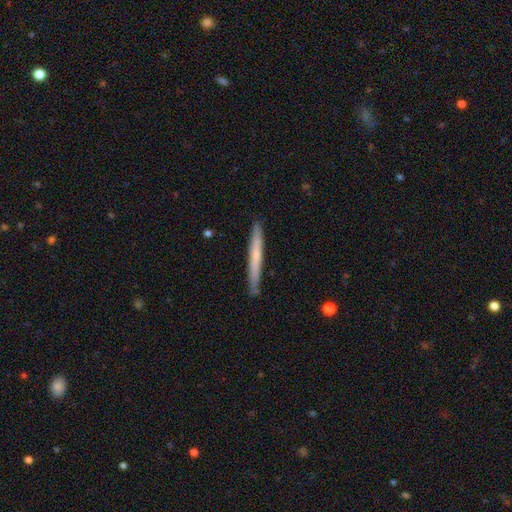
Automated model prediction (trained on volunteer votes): smooth_or_featured: smooth (p=0.55) [alt: featured or disk p=0.40]
how_rounded: cigar-shaped (p=0.97) [alt: in between p=0.02]
merging: none (p=0.89) [alt: minor disturbance p=0.08]